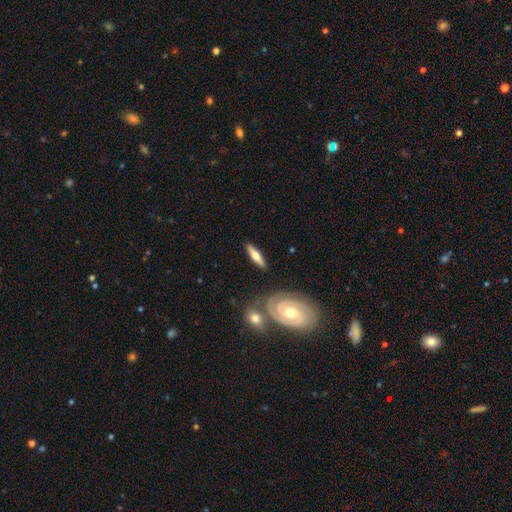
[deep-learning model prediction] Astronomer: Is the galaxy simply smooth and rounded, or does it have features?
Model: featured or disk — 53% (runner-up: smooth, 42%).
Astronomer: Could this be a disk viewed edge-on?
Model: yes — 76%.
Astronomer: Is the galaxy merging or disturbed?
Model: none — 83%.